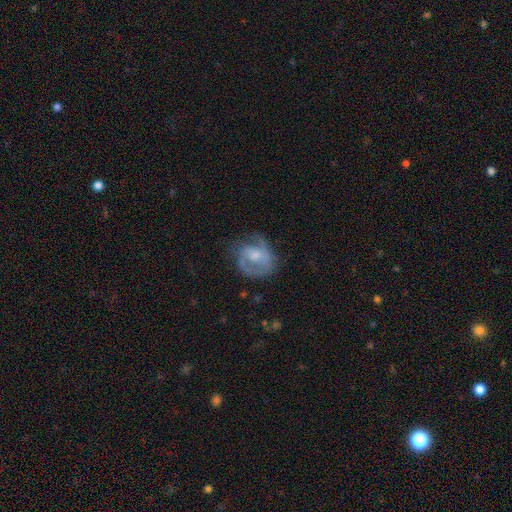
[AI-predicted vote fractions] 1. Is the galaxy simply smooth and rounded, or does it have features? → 66% featured or disk, 28% smooth, 7% star or artifact.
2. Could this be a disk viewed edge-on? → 97% no, 3% yes.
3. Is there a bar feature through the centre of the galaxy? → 55% no, 36% weak, 9% strong.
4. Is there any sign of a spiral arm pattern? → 78% yes, 22% no.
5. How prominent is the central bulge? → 48% moderate, 38% small, 7% none, 5% large, 1% dominant.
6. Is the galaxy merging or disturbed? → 52% none, 26% minor disturbance, 20% major disturbance, 2% merger.